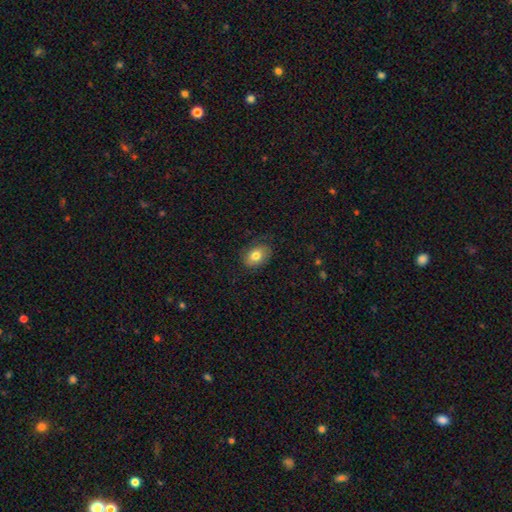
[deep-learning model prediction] This is likely a smooth galaxy (77%). How rounded: likely in between (77%). Merging: likely none (78%).